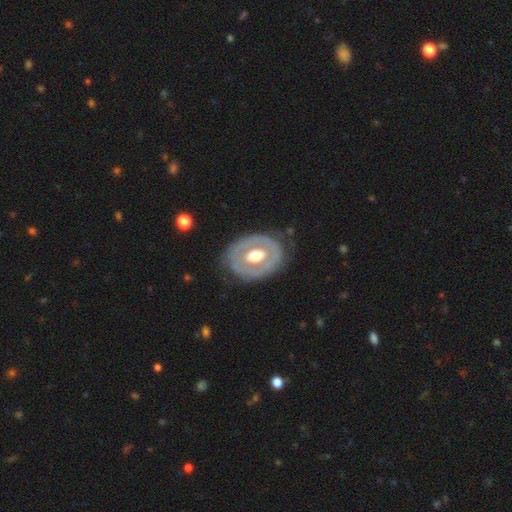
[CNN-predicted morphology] A featured or disk galaxy (63%) with no bar (70%), no spiral arms (85%) and a moderate central bulge (59%).

Vote fractions:
- Smooth or featured? featured or disk: 63% / smooth: 33% / star or artifact: 5%
- Edge-on disk? no: 93% / yes: 7%
- Bar? no: 70% / weak: 20% / strong: 10%
- Spiral arms? no: 85% / yes: 15%
- Bulge size? moderate: 59% / large: 33% / small: 4% / dominant: 2% / none: 1%
- Merging? none: 75% / minor disturbance: 17% / major disturbance: 7% / merger: 2%